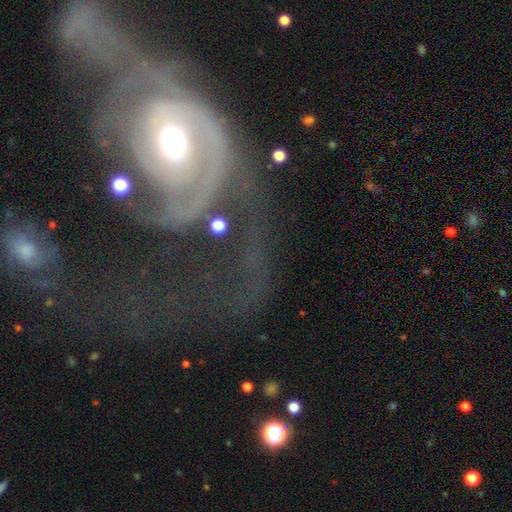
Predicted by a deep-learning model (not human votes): A featured or disk galaxy (78%) with no bar (67%), 2 (36%) tight (38%) spiral arms (73%) and a moderate central bulge (69%). Merging: major disturbance (49%).